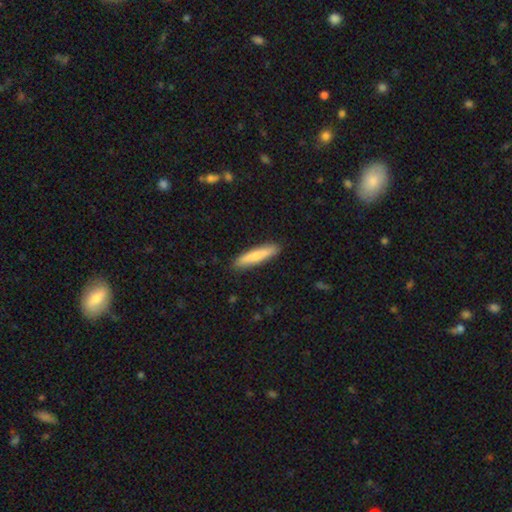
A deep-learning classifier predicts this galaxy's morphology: Overall: smooth (75%). How rounded: cigar-shaped (88%). Merging: none (89%).